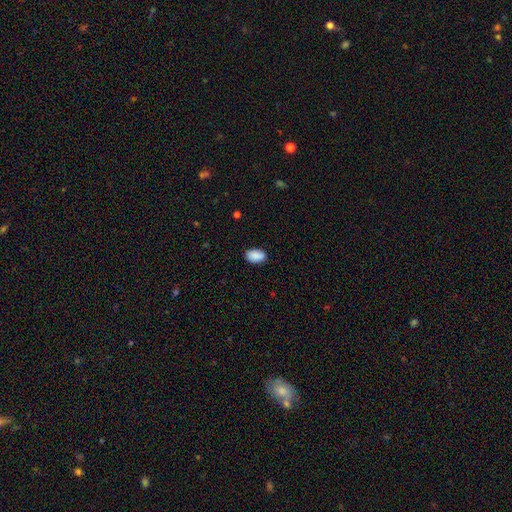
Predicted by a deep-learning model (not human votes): A smooth galaxy with no disk features (90%) that is in between round and cigar-shaped (92%). Merging: none (85%).